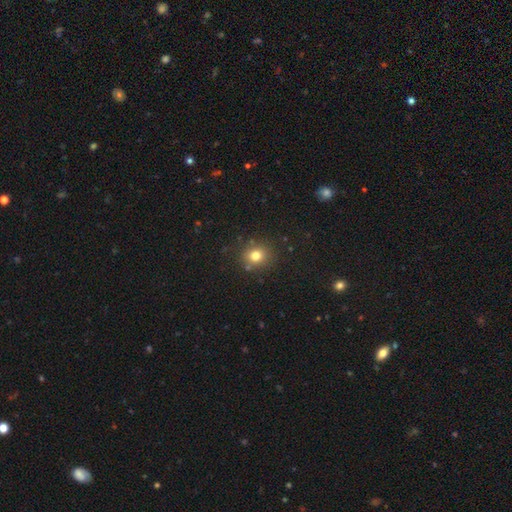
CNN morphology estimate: smooth 77%, star or artifact 15%, featured or disk 8%. Down the decision tree: how rounded — round (78%); merging — none (83%).